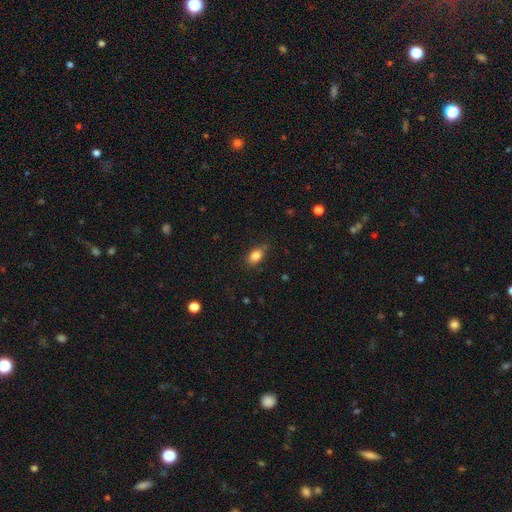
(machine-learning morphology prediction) Smooth or featured? smooth (84%)
How rounded? in between (80%)
Merging? none (76%)